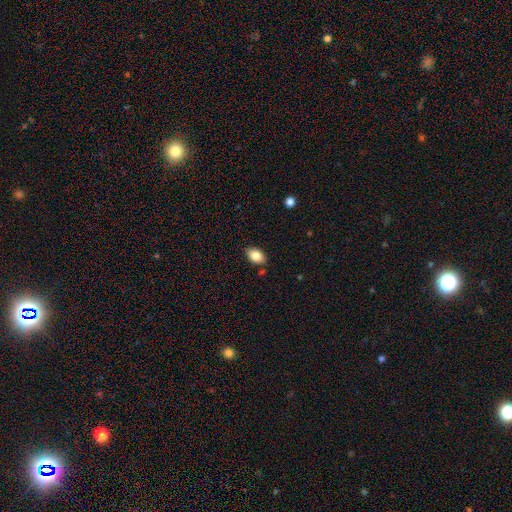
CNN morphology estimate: This is clearly a smooth galaxy (85%). How rounded: clearly in between (88%). Merging: clearly none (84%).